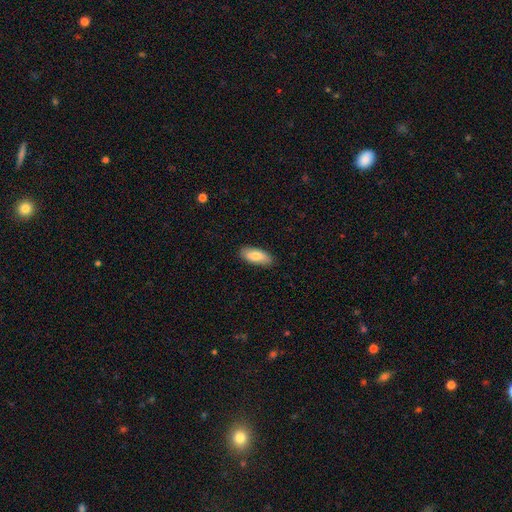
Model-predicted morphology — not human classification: smooth 82%, featured or disk 12%, star or artifact 6%. Down the decision tree: how rounded — in between (80%); merging — none (87%).